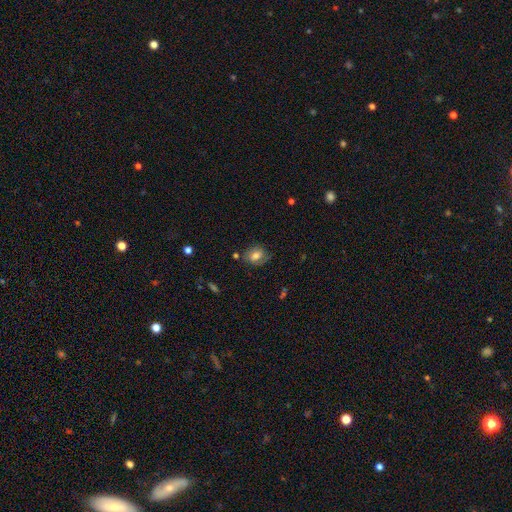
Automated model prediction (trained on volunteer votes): The model was most divided on "how rounded": in between: 65%, round: 34%, cigar-shaped: 1%. More confident: merging — none (70%); smooth or featured — smooth (68%).